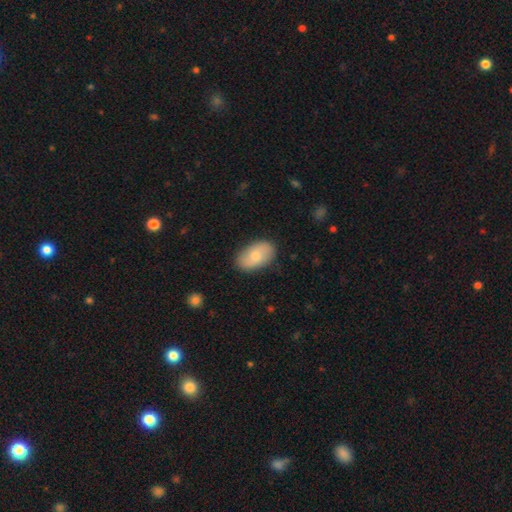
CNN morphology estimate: Q: Smooth or featured?
A: smooth (76%); runner-up: featured or disk (19%)
Q: How rounded?
A: in between (93%); runner-up: round (5%)
Q: Merging?
A: none (84%); runner-up: minor disturbance (12%)